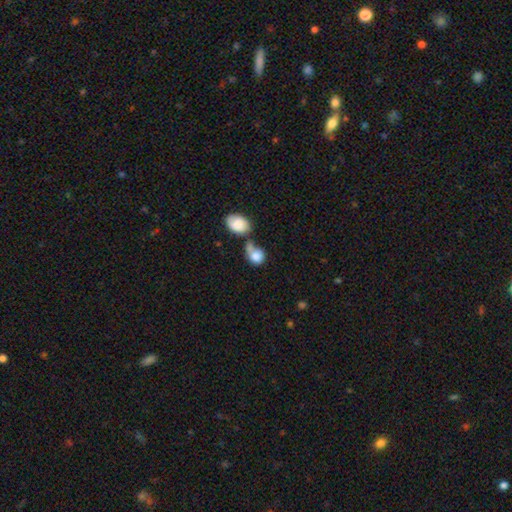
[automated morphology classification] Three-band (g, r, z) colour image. It shows a smooth galaxy with no disk features (83%) that is round (57%). Merging: merger (54%).